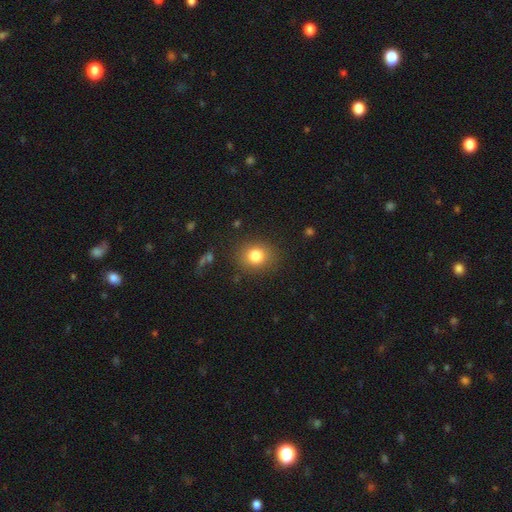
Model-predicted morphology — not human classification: Smooth or featured: smooth — 81% (star or artifact — 12%)
How rounded: round — 73% (in between — 26%)
Merging: none — 85% (minor disturbance — 10%)